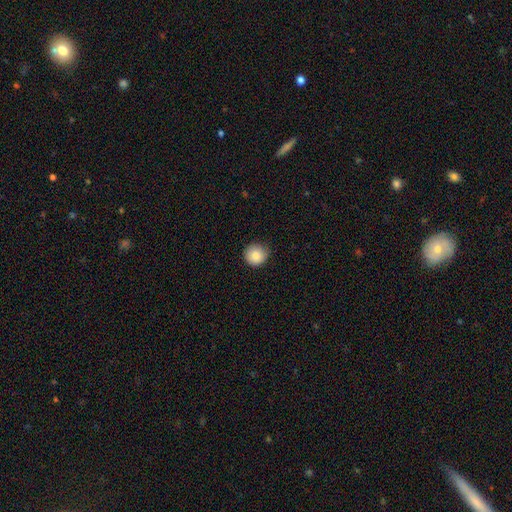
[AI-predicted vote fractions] A smooth galaxy with no disk features (83%) that is round (93%).

Vote fractions:
- Smooth or featured? smooth: 83% / star or artifact: 9% / featured or disk: 8%
- How rounded? round: 93% / in between: 6% / cigar-shaped: 1%
- Merging? none: 81% / minor disturbance: 16% / major disturbance: 2% / merger: 1%